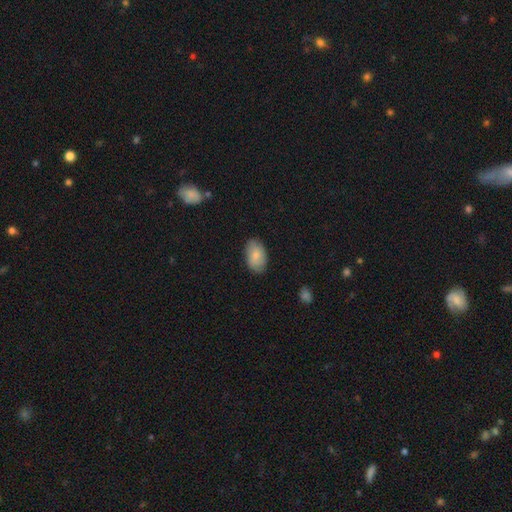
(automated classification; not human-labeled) A smooth galaxy with no disk features (81%) that is in between round and cigar-shaped (92%). Merging: none (83%).